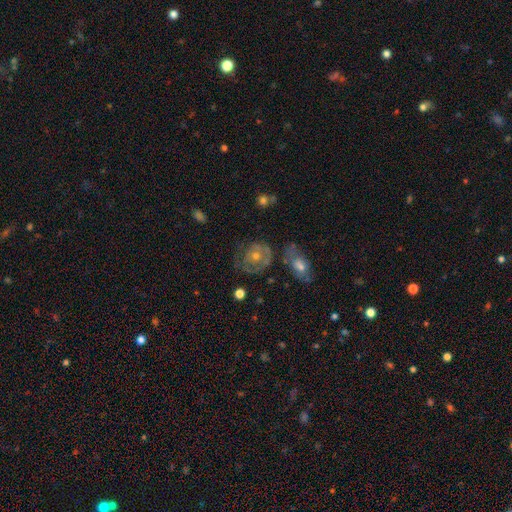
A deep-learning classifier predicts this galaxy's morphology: Smooth or featured? Predicted: featured or disk (p=0.60). Edge-on disk? Predicted: no (p=0.96). Bar? Predicted: no (p=0.87). Spiral arms? Predicted: no (p=0.51). Bulge size? Predicted: moderate (p=0.56). Merging? Predicted: none (p=0.58).